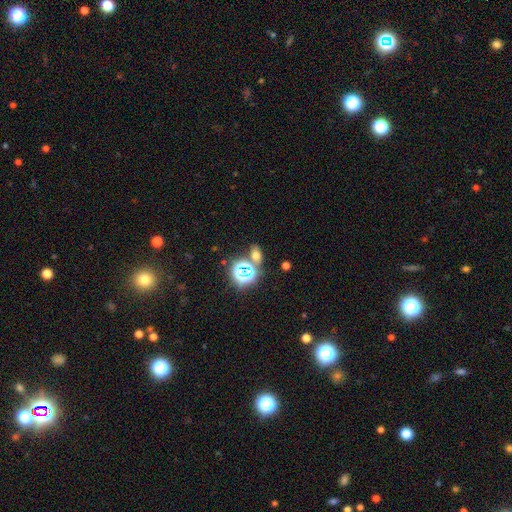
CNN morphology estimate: smooth-or-featured: smooth: 51% | star or artifact: 38% | featured or disk: 11%
  how-rounded: in between: 64% | round: 34% | cigar-shaped: 3%
  merging: none: 66% | merger: 19% | minor disturbance: 10% | major disturbance: 5%